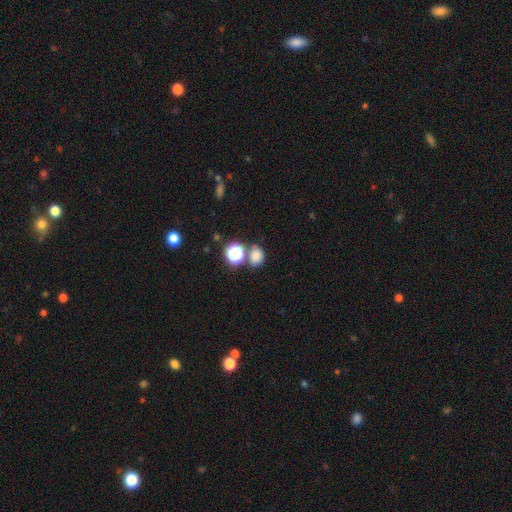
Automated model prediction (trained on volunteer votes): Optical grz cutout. It shows a smooth galaxy with no disk features (76%) that is round (55%). Merging: none (63%).